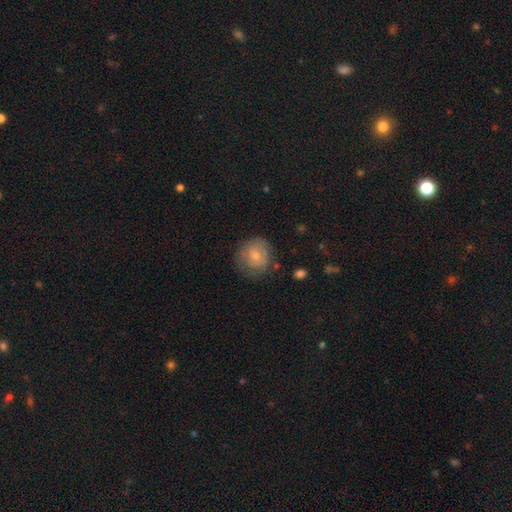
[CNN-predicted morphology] Smooth or featured? Predicted: smooth (p=0.55). How rounded? Predicted: round (p=0.81). Merging? Predicted: none (p=0.65).